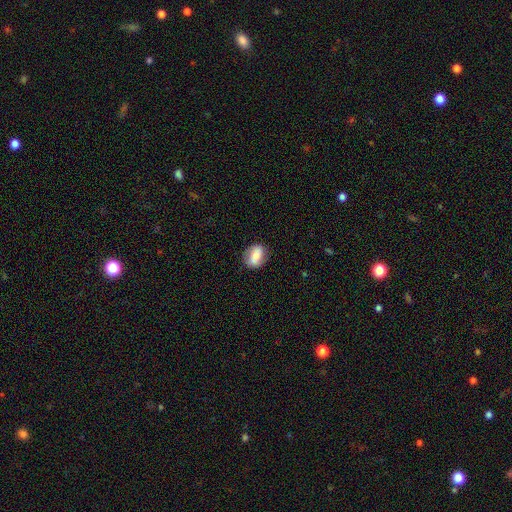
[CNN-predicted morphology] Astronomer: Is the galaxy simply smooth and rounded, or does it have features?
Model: smooth — 63%.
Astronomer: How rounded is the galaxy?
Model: in between — 68%.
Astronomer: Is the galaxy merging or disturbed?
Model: none — 79%.